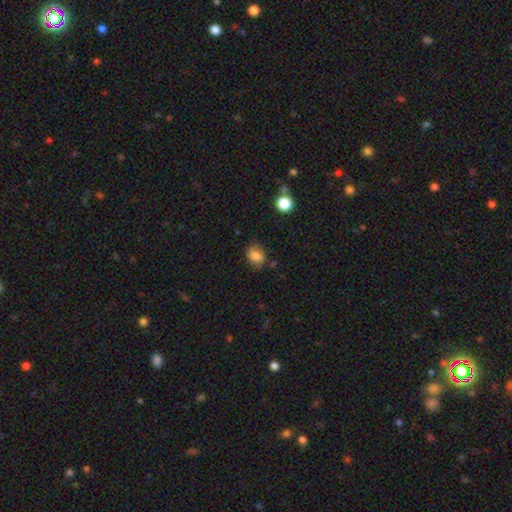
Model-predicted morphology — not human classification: smooth 80%, star or artifact 10%, featured or disk 9%. Down the decision tree: how rounded — in between (64%); merging — none (68%).